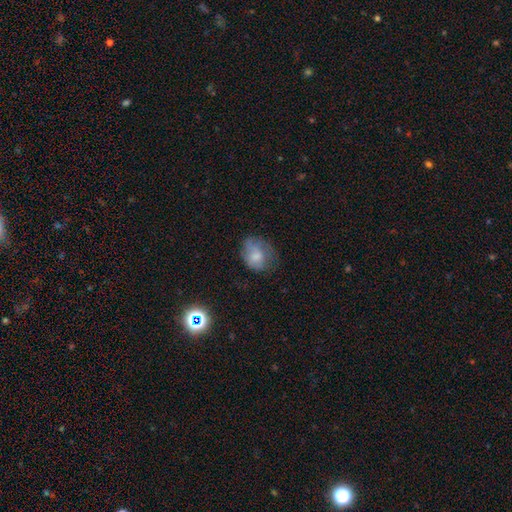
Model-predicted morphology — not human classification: Q: Smooth or featured?
A: smooth (69%); runner-up: featured or disk (22%)
Q: How rounded?
A: in between (57%); runner-up: round (42%)
Q: Merging?
A: none (47%); runner-up: minor disturbance (32%)